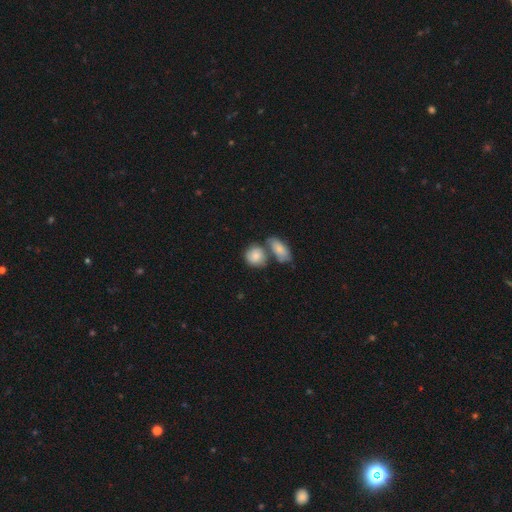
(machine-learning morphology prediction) smooth 79%, featured or disk 14%, star or artifact 7%. Down the decision tree: how rounded — round (62%); merging — none (41%).